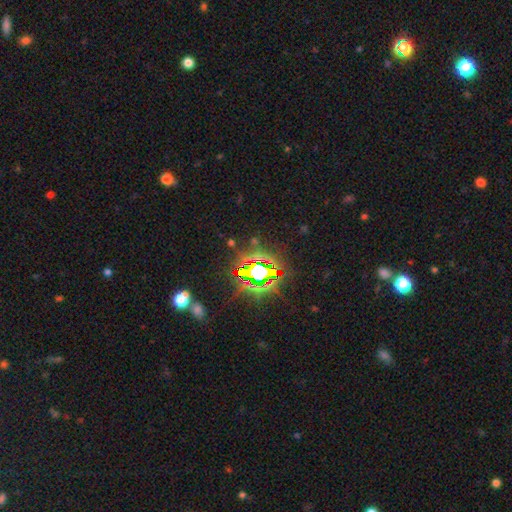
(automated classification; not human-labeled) Smooth or featured? star or artifact (83%)